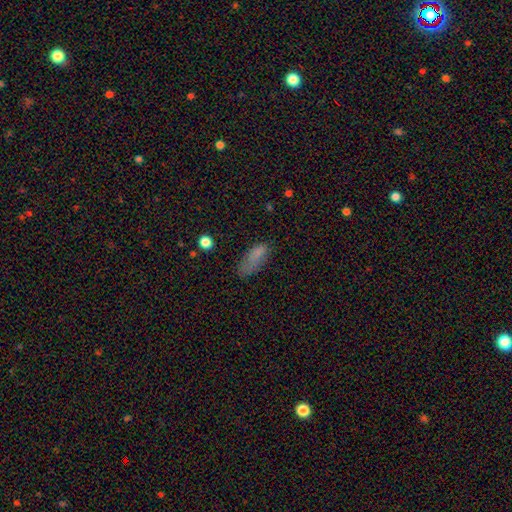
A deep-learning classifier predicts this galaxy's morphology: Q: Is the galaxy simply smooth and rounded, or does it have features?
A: smooth — 78%.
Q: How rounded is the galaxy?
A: in between — 74%.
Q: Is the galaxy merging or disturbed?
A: none — 48%.